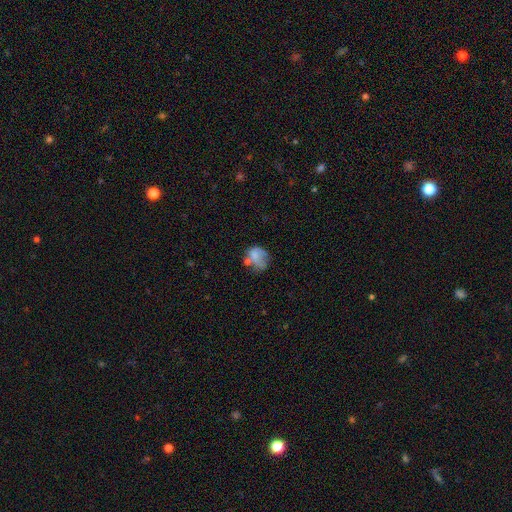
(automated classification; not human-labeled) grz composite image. It shows a smooth galaxy with no disk features (65%) that is in between round and cigar-shaped (50%). Merging: none (32%).